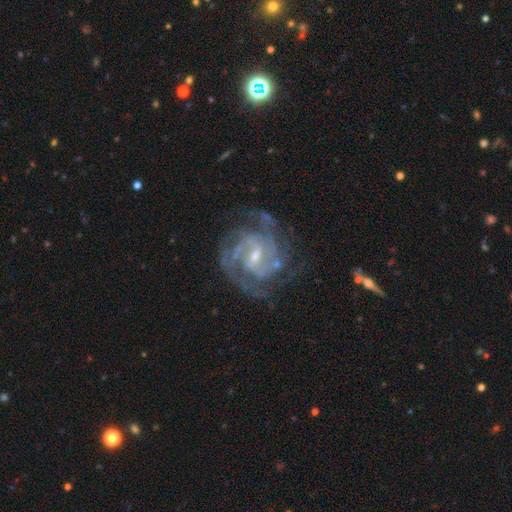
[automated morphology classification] Smooth or featured: featured or disk — 91% (star or artifact — 6%)
Edge-on disk: no — 98% (yes — 2%)
Bar: weak — 55% (strong — 25%)
Spiral arms: yes — 98% (no — 2%)
Spiral winding: tight — 53% (medium — 41%)
Spiral arm count: 2 — 39% (3 — 24%)
Bulge size: small — 62% (moderate — 33%)
Merging: none — 72% (minor disturbance — 17%)